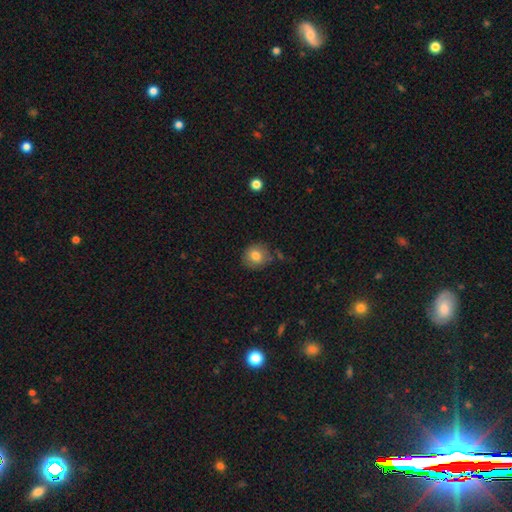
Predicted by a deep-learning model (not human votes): smooth_or_featured: smooth (p=0.79) [alt: featured or disk p=0.11]
how_rounded: round (p=0.86) [alt: in between p=0.13]
merging: none (p=0.81) [alt: minor disturbance p=0.13]